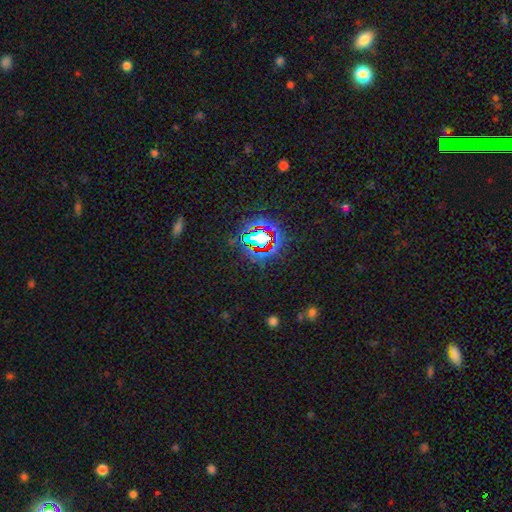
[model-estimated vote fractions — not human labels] This is likely a star or artifact rather than a galaxy (78%).